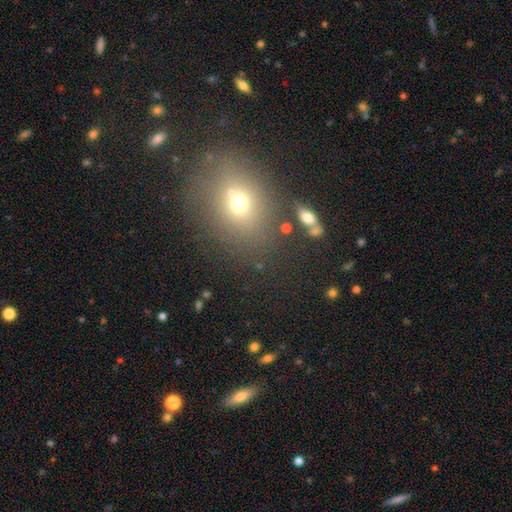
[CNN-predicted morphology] This appears to be a smooth galaxy with no disk features (59%) that is in between round and cigar-shaped (57%). Merging: none (82%).